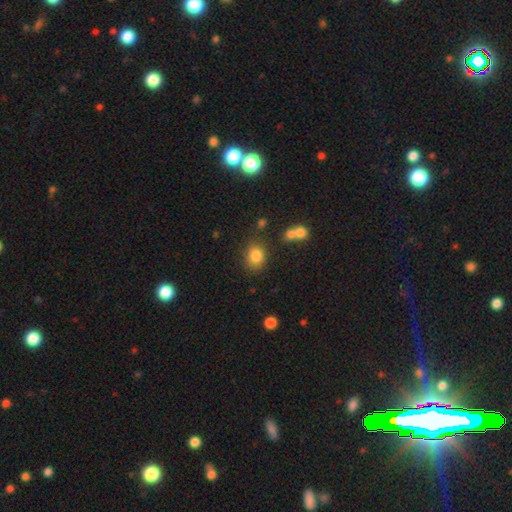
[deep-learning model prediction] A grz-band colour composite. It shows a smooth galaxy with no disk features (84%) that is round (56%). Merging: none (76%).